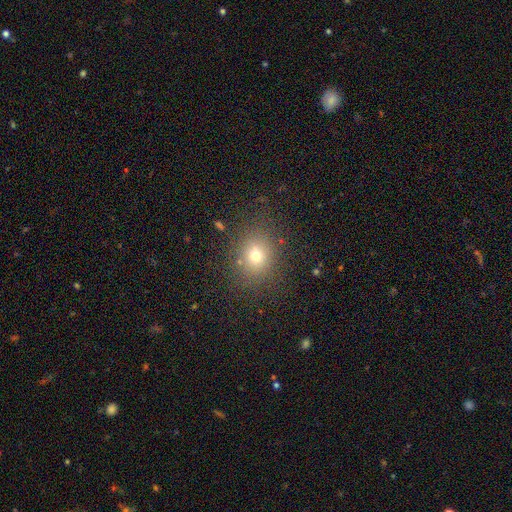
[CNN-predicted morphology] Smooth or featured: smooth — 70% (star or artifact — 18%)
How rounded: round — 68% (in between — 31%)
Merging: none — 82% (minor disturbance — 11%)